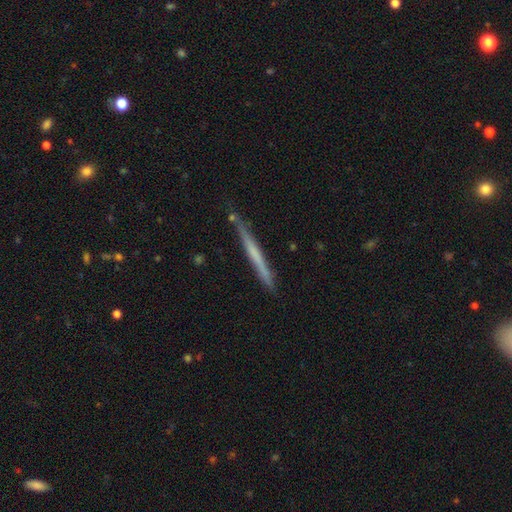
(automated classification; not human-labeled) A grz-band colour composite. It shows a featured or disk galaxy (50%) viewed edge-on (97%). Merging: none (85%).